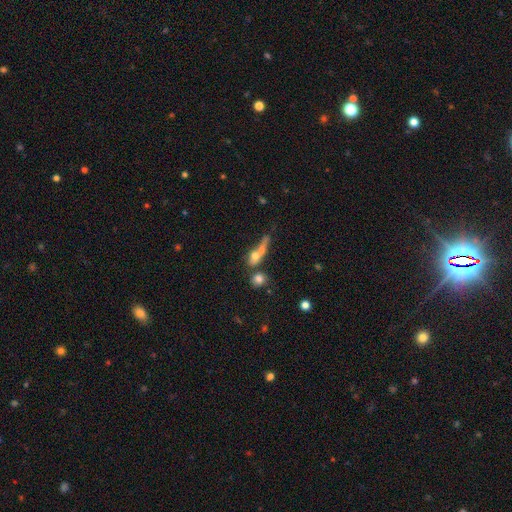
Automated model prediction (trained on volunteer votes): Q: Smooth or featured?
A: smooth (60%); runner-up: featured or disk (28%)
Q: How rounded?
A: in between (36%); runner-up: cigar-shaped (34%)
Q: Merging?
A: merger (46%); runner-up: none (29%)